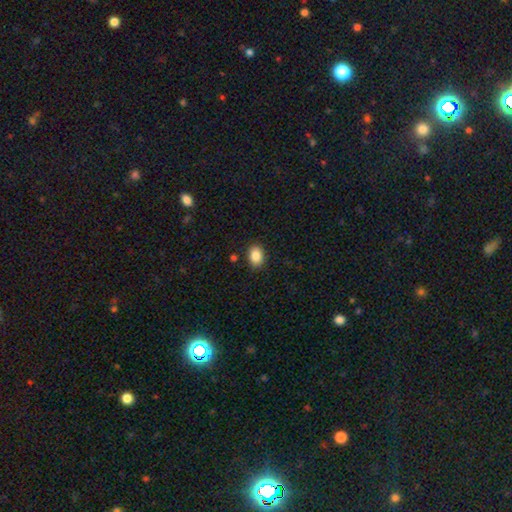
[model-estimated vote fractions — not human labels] smooth_or_featured: smooth (p=0.87) [alt: star or artifact p=0.08]
how_rounded: in between (p=0.73) [alt: round p=0.26]
merging: none (p=0.89) [alt: minor disturbance p=0.08]